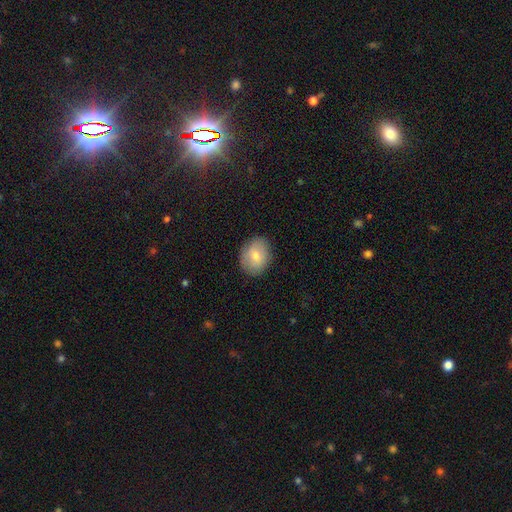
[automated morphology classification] Smooth or featured? Predicted: smooth (p=0.71). How rounded? Predicted: in between (p=0.54). Merging? Predicted: none (p=0.85).